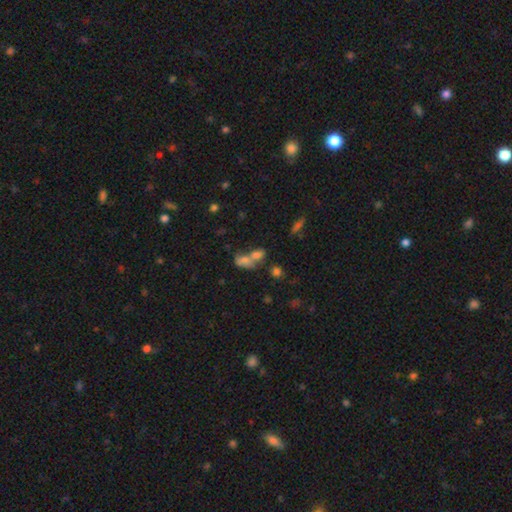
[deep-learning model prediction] Smooth or featured? Predicted: smooth (p=0.63). How rounded? Predicted: in between (p=0.69). Merging? Predicted: merger (p=0.56).